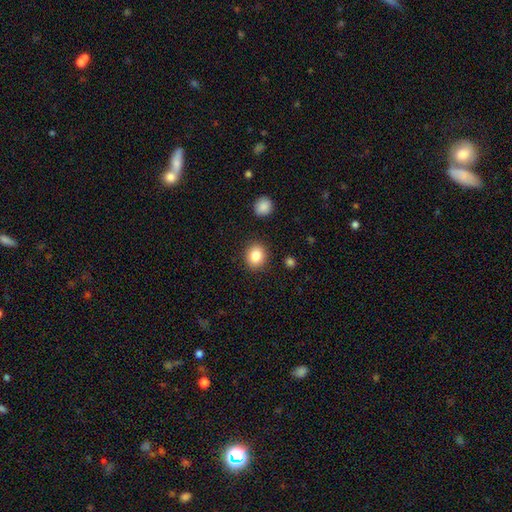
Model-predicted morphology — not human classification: Smooth or featured: smooth — 85% (star or artifact — 9%)
How rounded: round — 74% (in between — 25%)
Merging: none — 88% (minor disturbance — 8%)